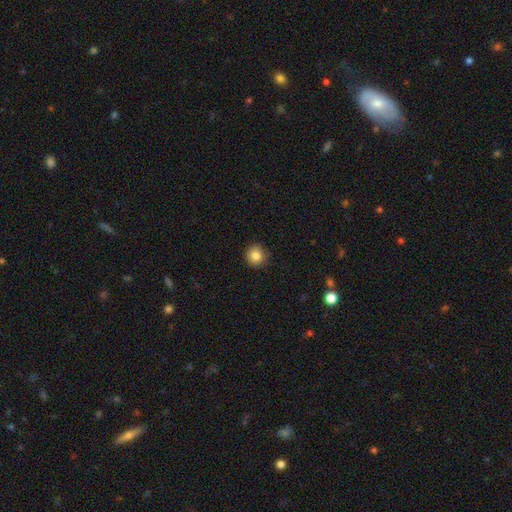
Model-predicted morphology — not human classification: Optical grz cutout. It shows a smooth galaxy with no disk features (85%) that is round (91%). Merging: none (91%).